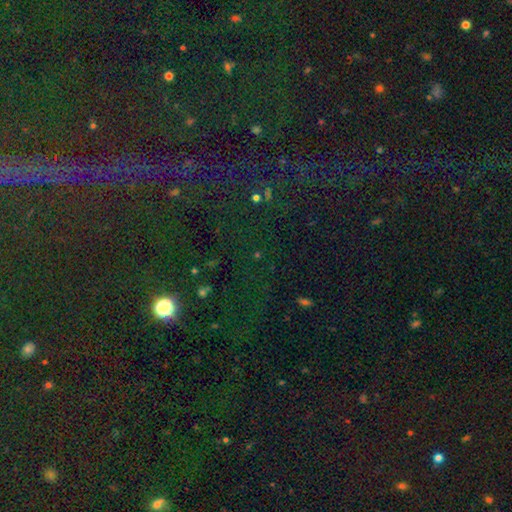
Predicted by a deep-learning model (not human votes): Smooth or featured?
  - star or artifact: 80% *
  - smooth: 12%
  - featured or disk: 8%